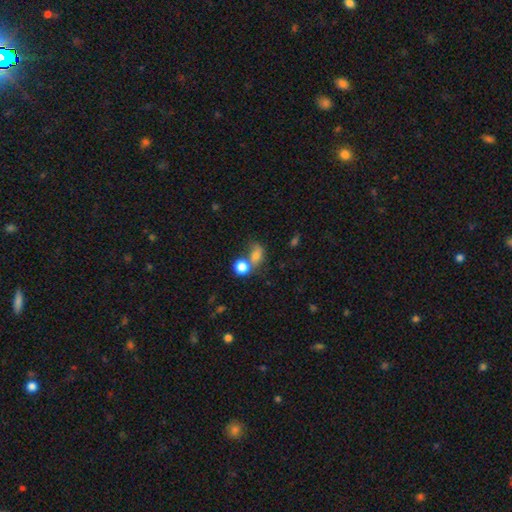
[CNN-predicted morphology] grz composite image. It shows a smooth galaxy with no disk features (73%) that is in between round and cigar-shaped (51%). Merging: merger (48%).